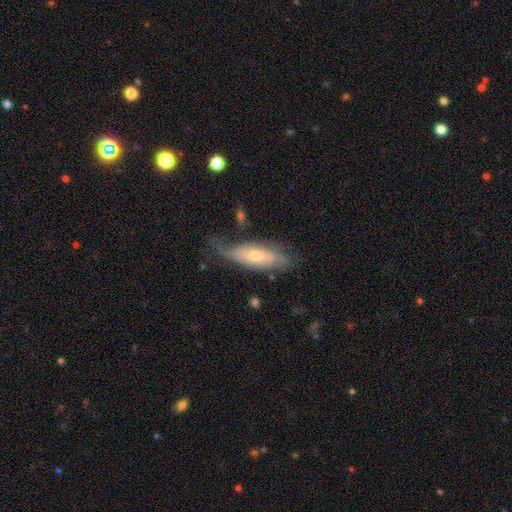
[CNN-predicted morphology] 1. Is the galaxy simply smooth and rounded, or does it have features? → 54% featured or disk, 40% smooth, 6% star or artifact.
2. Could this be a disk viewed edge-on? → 76% no, 24% yes.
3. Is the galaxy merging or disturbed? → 47% none, 31% minor disturbance, 19% major disturbance, 3% merger.